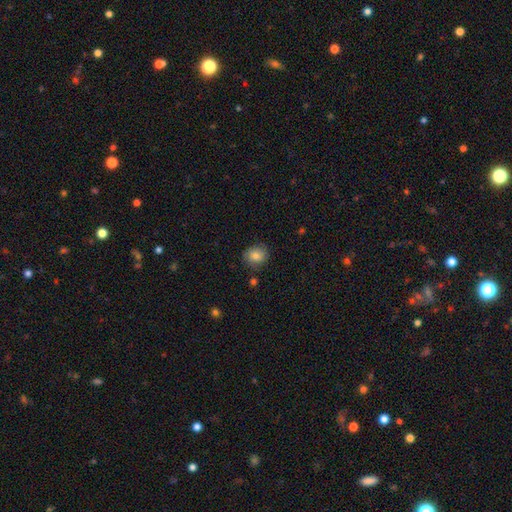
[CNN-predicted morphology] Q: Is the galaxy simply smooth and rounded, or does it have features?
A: smooth — 81%.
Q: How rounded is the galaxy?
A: round — 70%.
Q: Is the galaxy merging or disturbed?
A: none — 83%.